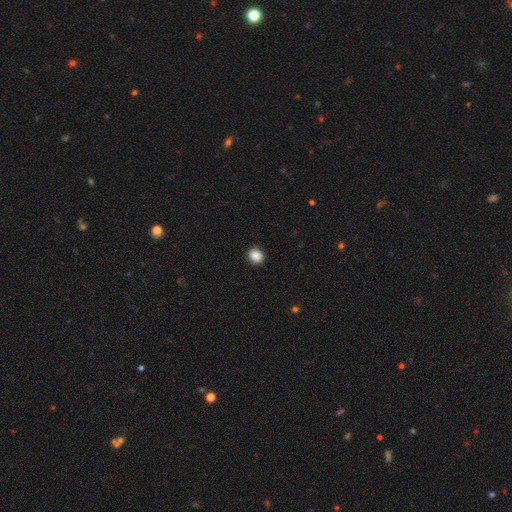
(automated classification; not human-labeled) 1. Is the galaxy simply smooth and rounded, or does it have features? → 88% smooth, 9% star or artifact, 3% featured or disk.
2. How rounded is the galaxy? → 70% round, 29% in between, 1% cigar-shaped.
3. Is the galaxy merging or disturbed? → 91% none, 6% minor disturbance, 2% major disturbance, 1% merger.